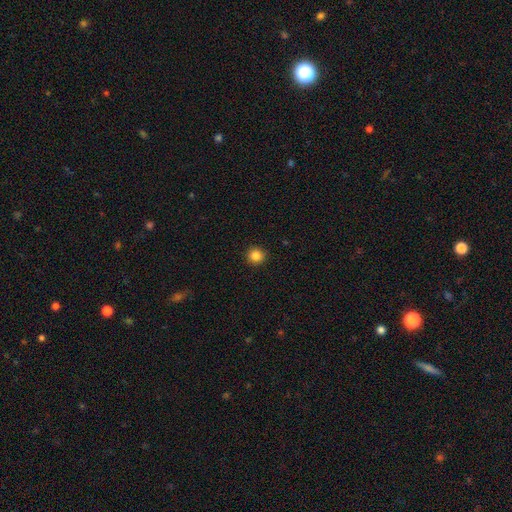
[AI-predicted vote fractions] Q: Smooth or featured?
A: smooth (85%); runner-up: star or artifact (11%)
Q: How rounded?
A: round (94%); runner-up: in between (5%)
Q: Merging?
A: none (93%); runner-up: minor disturbance (5%)